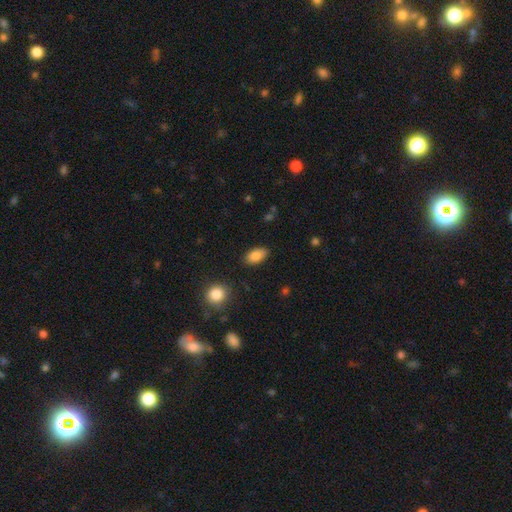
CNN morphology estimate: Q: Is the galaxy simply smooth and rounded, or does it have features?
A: smooth — 86%.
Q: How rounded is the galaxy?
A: in between — 92%.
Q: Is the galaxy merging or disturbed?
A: none — 86%.